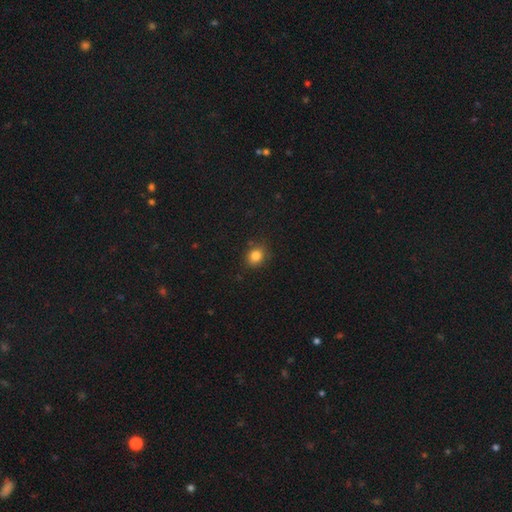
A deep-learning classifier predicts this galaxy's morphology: Overall: smooth (83%). How rounded: round (71%). Merging: none (83%).